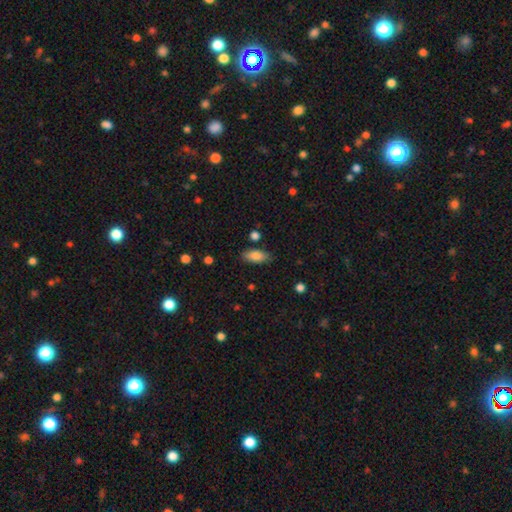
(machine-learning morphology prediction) The model was most divided on "merging": none: 83%, minor disturbance: 12%, major disturbance: 3%, merger: 3%. More confident: how rounded — in between (85%); smooth or featured — smooth (84%).